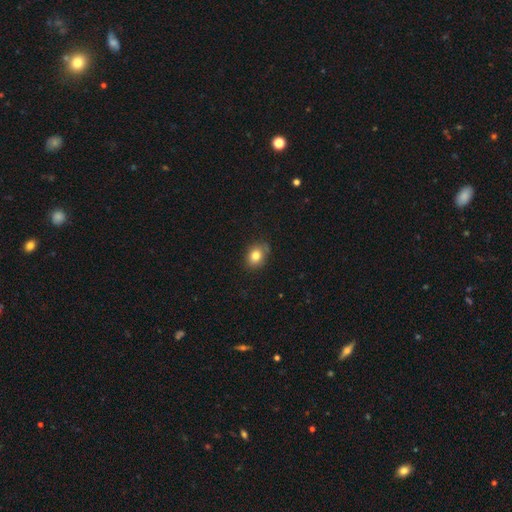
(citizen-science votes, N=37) Morphology: type=smooth (89%); roundness=round (52%); merging=none (78%).